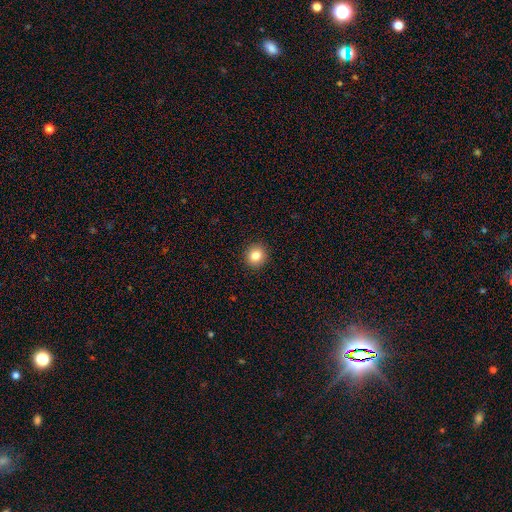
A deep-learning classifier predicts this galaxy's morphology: Smooth or featured? Predicted: smooth (p=0.84). How rounded? Predicted: round (p=0.89). Merging? Predicted: none (p=0.92).